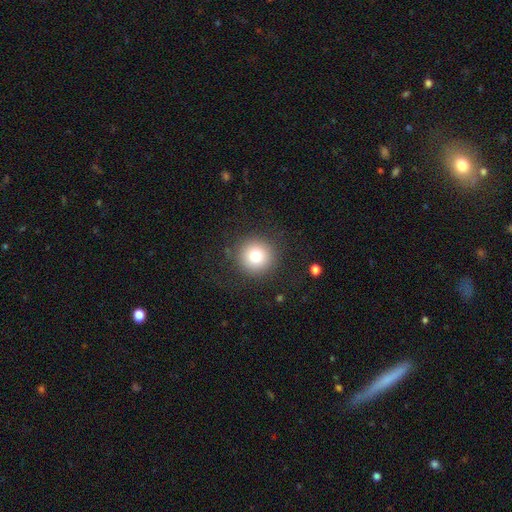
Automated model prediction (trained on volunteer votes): The model was most divided on "smooth or featured": smooth: 77%, star or artifact: 12%, featured or disk: 11%. More confident: how rounded — round (95%); merging — none (88%).